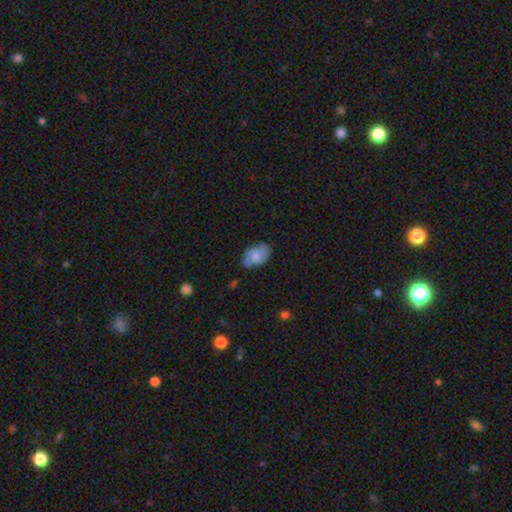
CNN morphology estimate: smooth_or_featured: smooth (p=0.60) [alt: featured or disk p=0.33]
how_rounded: in between (p=0.88) [alt: round p=0.10]
merging: none (p=0.53) [alt: minor disturbance p=0.34]